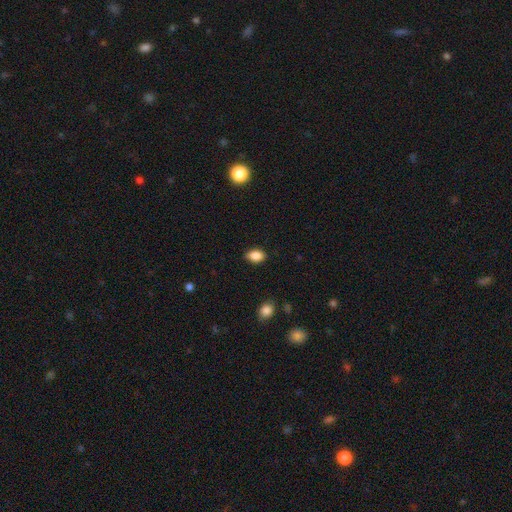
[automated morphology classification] Q: Smooth or featured?
A: smooth (86%); runner-up: star or artifact (9%)
Q: How rounded?
A: in between (83%); runner-up: round (15%)
Q: Merging?
A: none (81%); runner-up: minor disturbance (15%)